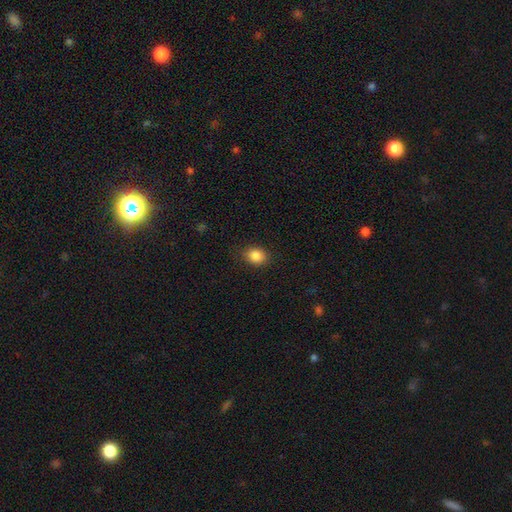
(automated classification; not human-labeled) Smooth or featured?
  - smooth: 86% *
  - star or artifact: 9%
  - featured or disk: 4%
How rounded?
  - round: 52% *
  - in between: 47%
  - cigar-shaped: 1%
Merging?
  - none: 85% *
  - minor disturbance: 11%
  - major disturbance: 3%
  - merger: 1%